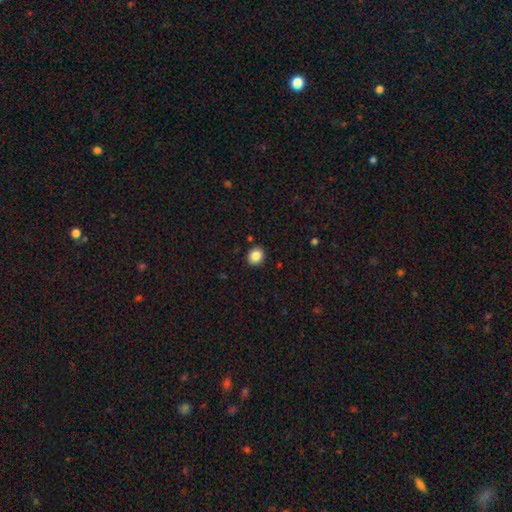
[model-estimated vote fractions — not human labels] smooth 86%, star or artifact 9%, featured or disk 5%. Down the decision tree: how rounded — round (78%); merging — none (90%).